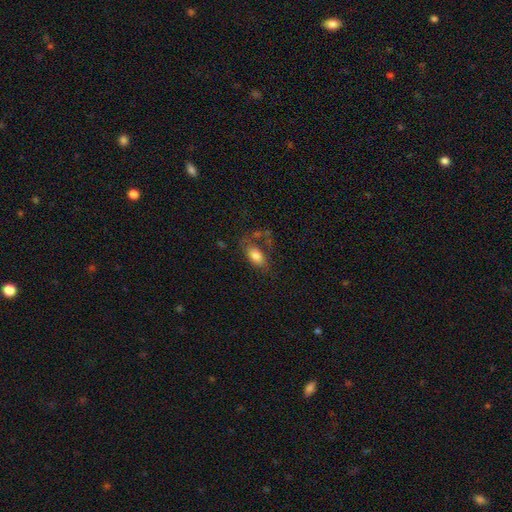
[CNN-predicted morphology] Smooth or featured: smooth — 75% (featured or disk — 17%)
How rounded: in between — 90% (round — 6%)
Merging: none — 45% (major disturbance — 23%)